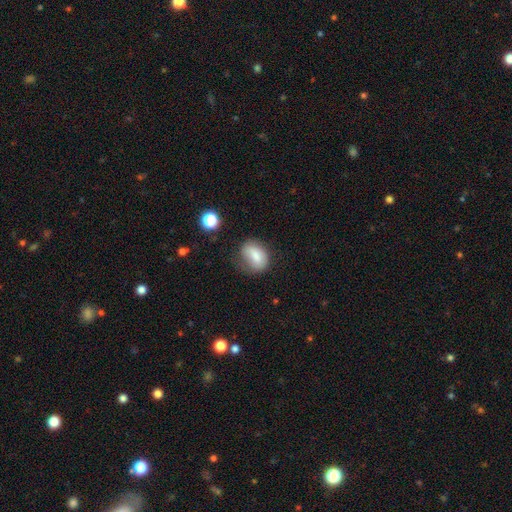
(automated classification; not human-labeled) Smooth or featured?
  - smooth: 76% *
  - featured or disk: 15%
  - star or artifact: 9%
How rounded?
  - in between: 66% *
  - round: 32%
  - cigar-shaped: 2%
Merging?
  - none: 53% *
  - minor disturbance: 30%
  - major disturbance: 13%
  - merger: 3%